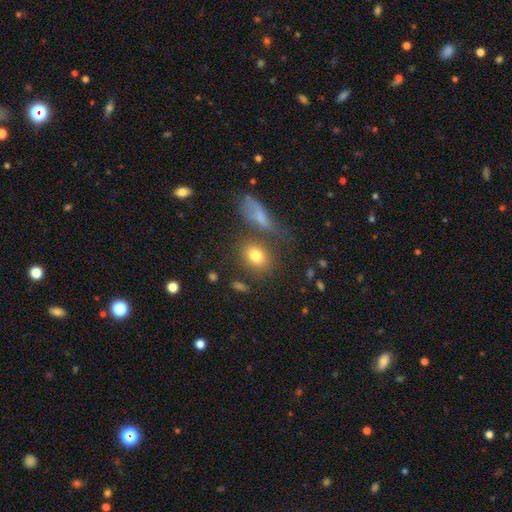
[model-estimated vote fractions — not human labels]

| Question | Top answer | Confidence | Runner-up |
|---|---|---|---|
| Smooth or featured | smooth | 78% | featured or disk (11%) |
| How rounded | in between | 56% | round (40%) |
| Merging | none | 65% | merger (17%) |